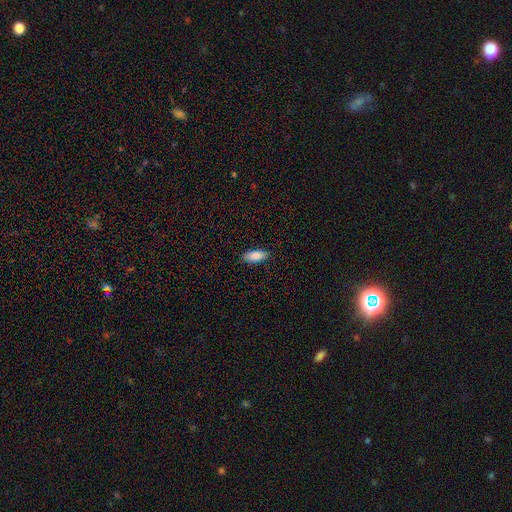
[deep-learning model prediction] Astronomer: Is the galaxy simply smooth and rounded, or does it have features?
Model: smooth — 88%.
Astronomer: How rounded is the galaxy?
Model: in between — 85%.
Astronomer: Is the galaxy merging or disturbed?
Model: none — 87%.